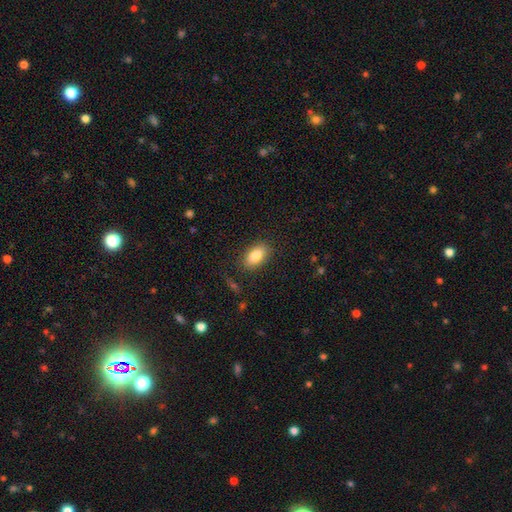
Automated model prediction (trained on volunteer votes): Overall: smooth (82%). How rounded: in between (90%). Merging: none (85%).